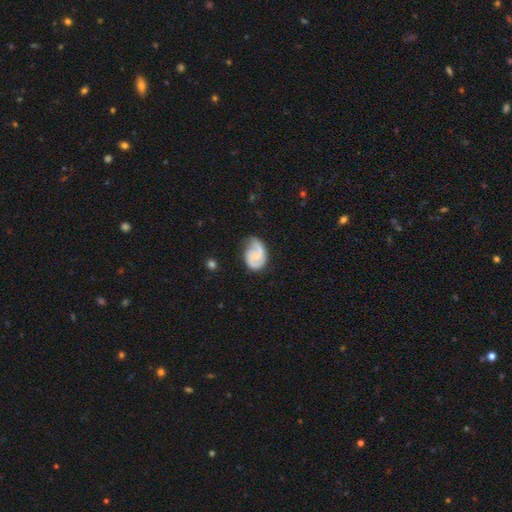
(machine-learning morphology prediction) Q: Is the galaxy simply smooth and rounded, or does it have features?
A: featured or disk — 71%.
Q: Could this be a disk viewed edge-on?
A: no — 98%.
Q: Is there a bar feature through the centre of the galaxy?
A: no — 53%.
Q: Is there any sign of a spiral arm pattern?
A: yes — 92%.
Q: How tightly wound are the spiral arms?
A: medium — 45%.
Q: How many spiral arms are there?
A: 2 — 65%.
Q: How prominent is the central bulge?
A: small — 56%.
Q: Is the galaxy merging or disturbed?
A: none — 48%.